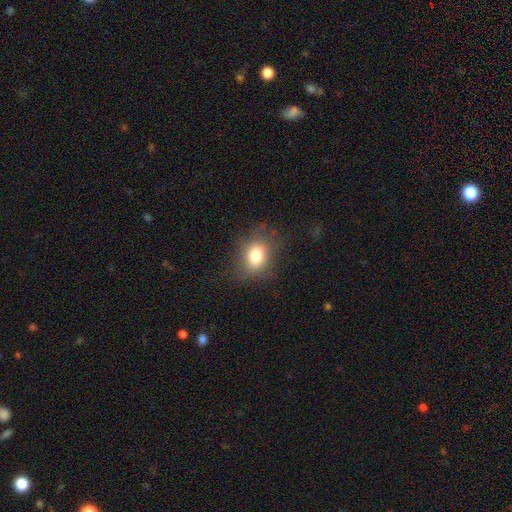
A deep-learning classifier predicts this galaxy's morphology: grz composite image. It shows a smooth galaxy with no disk features (77%) that is in between round and cigar-shaped (55%). Merging: none (73%).